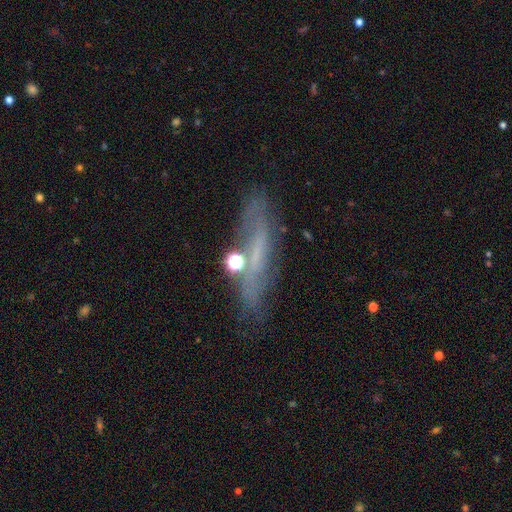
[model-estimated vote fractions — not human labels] smooth_or_featured: featured or disk (p=0.54) [alt: smooth p=0.33]
disk_edge_on: yes (p=0.54) [alt: no p=0.46]
merging: none (p=0.67) [alt: minor disturbance p=0.19]